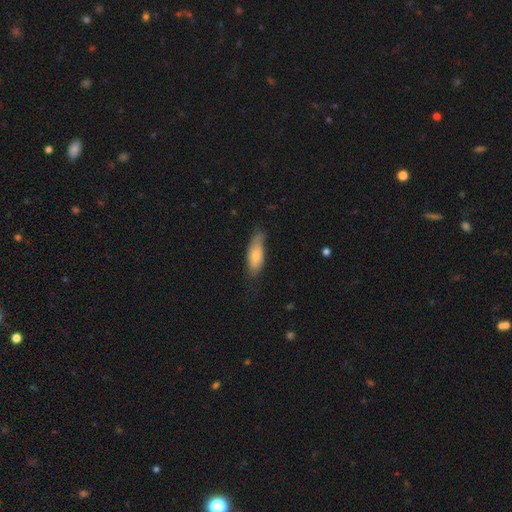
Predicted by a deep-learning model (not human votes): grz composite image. It shows a smooth galaxy with no disk features (73%) that is in between round and cigar-shaped (74%). Merging: none (59%).